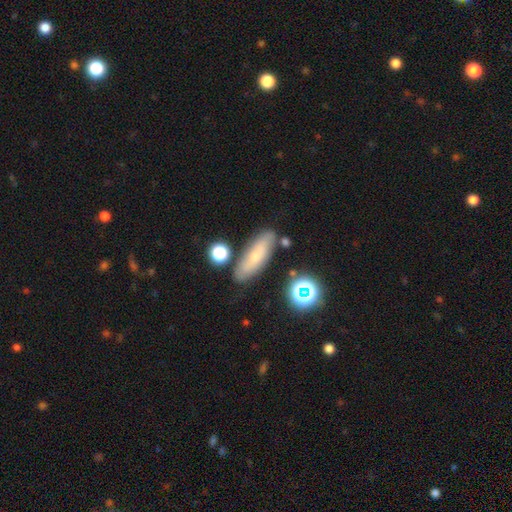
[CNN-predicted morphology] Smooth or featured: smooth — 61% (featured or disk — 27%)
How rounded: in between — 50% (cigar-shaped — 45%)
Merging: none — 78% (minor disturbance — 14%)